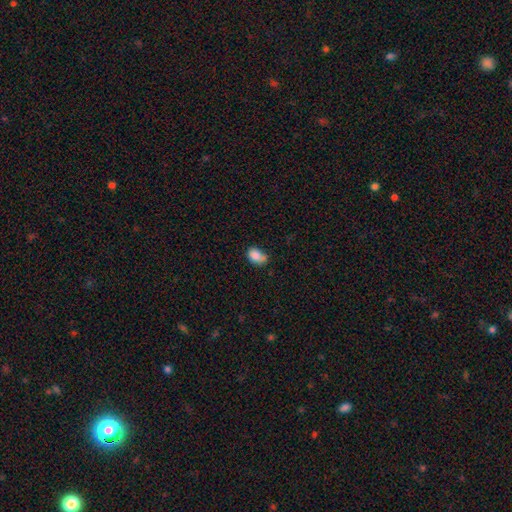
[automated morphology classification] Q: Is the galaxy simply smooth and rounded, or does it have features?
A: smooth — 84%.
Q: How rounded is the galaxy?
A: in between — 78%.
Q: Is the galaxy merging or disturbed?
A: none — 51%.